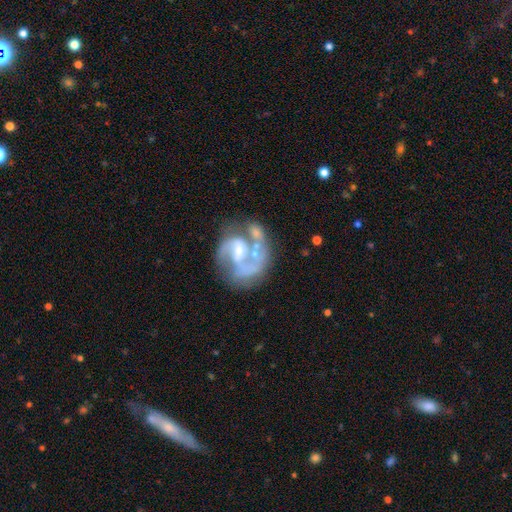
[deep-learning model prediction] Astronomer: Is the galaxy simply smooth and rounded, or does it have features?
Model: featured or disk — 81%.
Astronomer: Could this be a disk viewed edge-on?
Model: no — 98%.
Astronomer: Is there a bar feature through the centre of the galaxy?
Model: weak — 47% (runner-up: no, 35%).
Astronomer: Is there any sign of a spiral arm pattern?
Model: yes — 86%.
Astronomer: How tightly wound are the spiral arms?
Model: medium — 50% (runner-up: loose, 28%).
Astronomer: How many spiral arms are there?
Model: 2 — 66%.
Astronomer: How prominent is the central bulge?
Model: small — 39% (runner-up: moderate, 33%).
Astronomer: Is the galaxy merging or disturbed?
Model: none — 43% (runner-up: major disturbance, 21%).